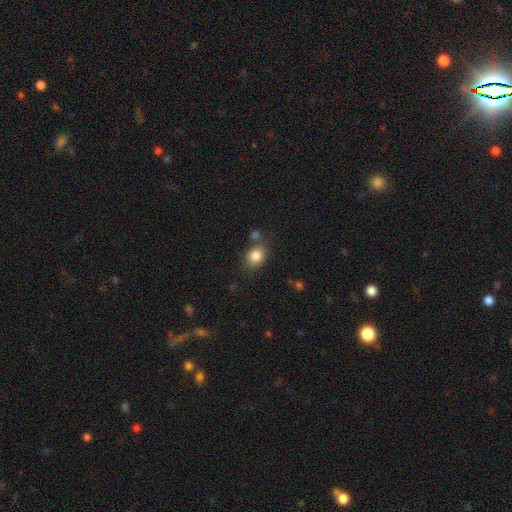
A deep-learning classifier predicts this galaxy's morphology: Smooth or featured? smooth (83%)
How rounded? in between (60%)
Merging? none (67%)